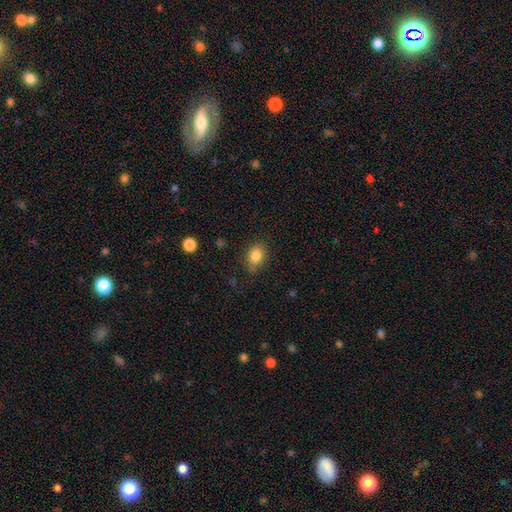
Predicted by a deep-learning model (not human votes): Smooth or featured? smooth (84%)
How rounded? in between (71%)
Merging? none (76%)